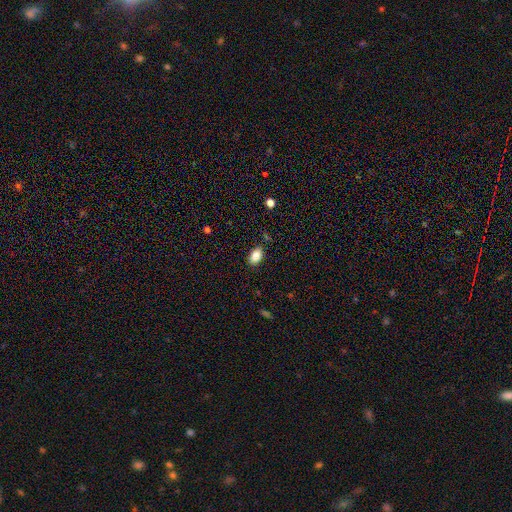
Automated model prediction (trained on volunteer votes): A smooth galaxy with no disk features (85%) that is in between round and cigar-shaped (88%).

Vote fractions:
- Smooth or featured? smooth: 85% / star or artifact: 8% / featured or disk: 6%
- How rounded? in between: 88% / round: 10% / cigar-shaped: 1%
- Merging? none: 83% / minor disturbance: 12% / major disturbance: 3% / merger: 2%